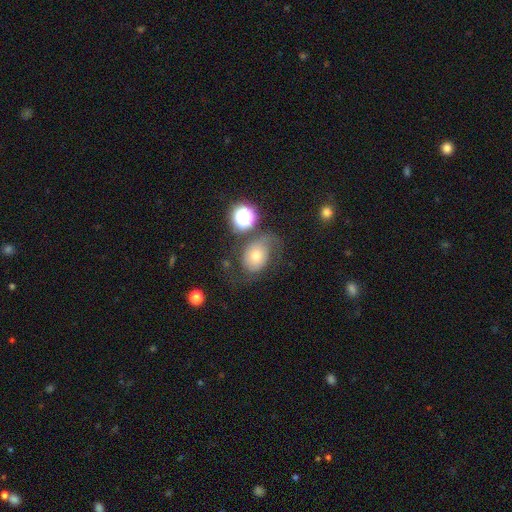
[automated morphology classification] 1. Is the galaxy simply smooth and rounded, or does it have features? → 50% smooth, 35% featured or disk, 15% star or artifact.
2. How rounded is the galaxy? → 60% in between, 39% round, 1% cigar-shaped.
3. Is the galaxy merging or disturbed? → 40% none, 28% major disturbance, 25% minor disturbance, 7% merger.